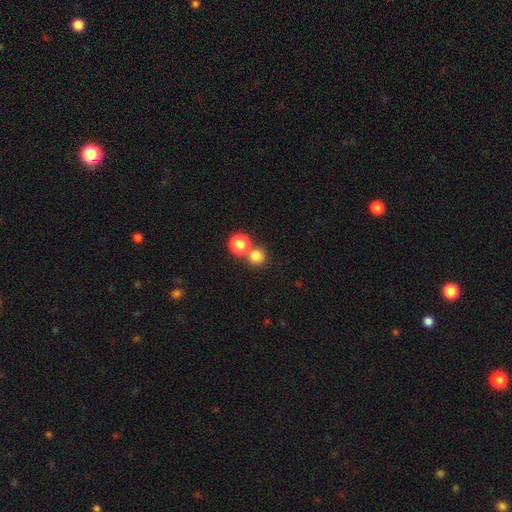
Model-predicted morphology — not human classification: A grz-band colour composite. It shows a smooth galaxy with no disk features (79%) that is round (89%). Merging: none (59%).